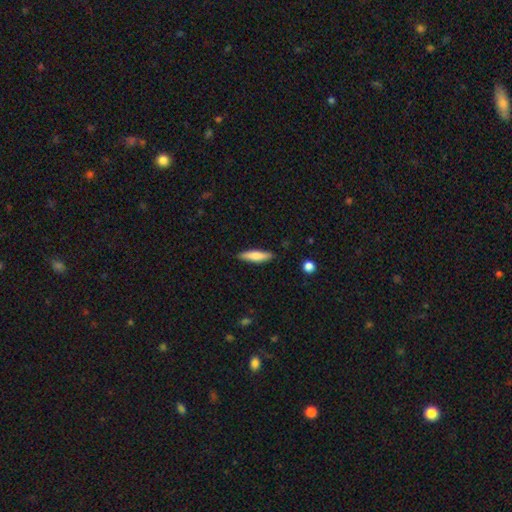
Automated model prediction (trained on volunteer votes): This appears to be a smooth galaxy with no disk features (75%) that is cigar-shaped (74%). Merging: none (87%).